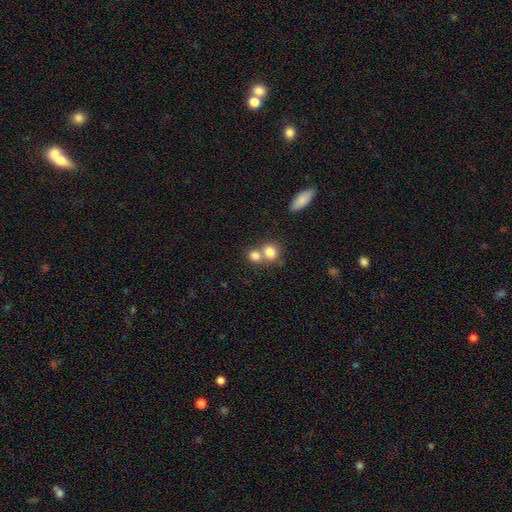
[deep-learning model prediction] Overall: smooth (80%). How rounded: round (73%). Merging: merger (53%; none 38%).